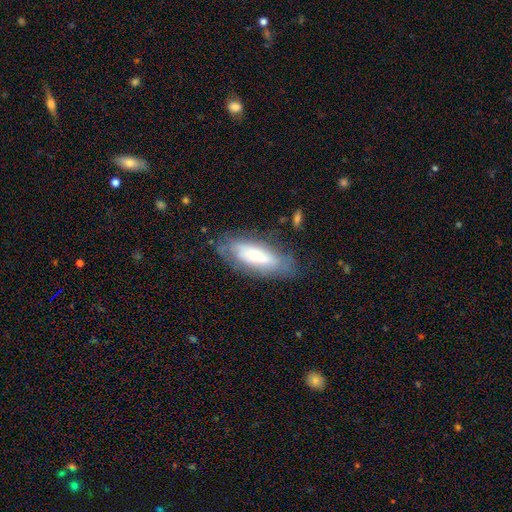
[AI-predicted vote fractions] Smooth or featured?
  - smooth: 54% *
  - featured or disk: 39%
  - star or artifact: 7%
How rounded?
  - in between: 68% *
  - cigar-shaped: 30%
  - round: 2%
Merging?
  - none: 71% *
  - minor disturbance: 19%
  - major disturbance: 8%
  - merger: 2%